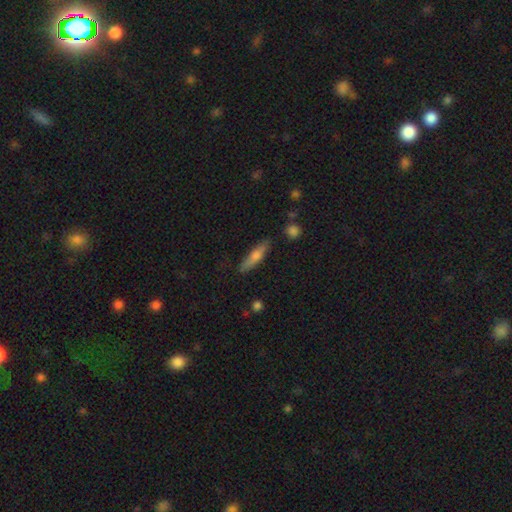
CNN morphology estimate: Q: Smooth or featured?
A: smooth (61%); runner-up: featured or disk (33%)
Q: How rounded?
A: cigar-shaped (78%); runner-up: in between (20%)
Q: Merging?
A: none (83%); runner-up: minor disturbance (12%)